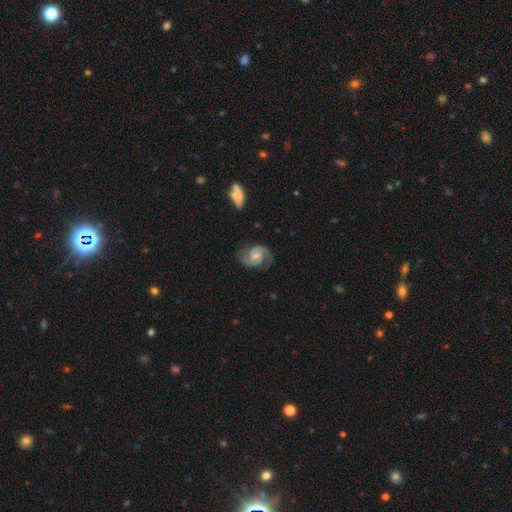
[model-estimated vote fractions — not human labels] Morphology: type=featured or disk (88%); edge-on=no (98%); bar=no (46%); spiral arms=yes (98%); winding=medium (54%); arm count=2 (92%); bulge=small (47%); merging=none (78%).